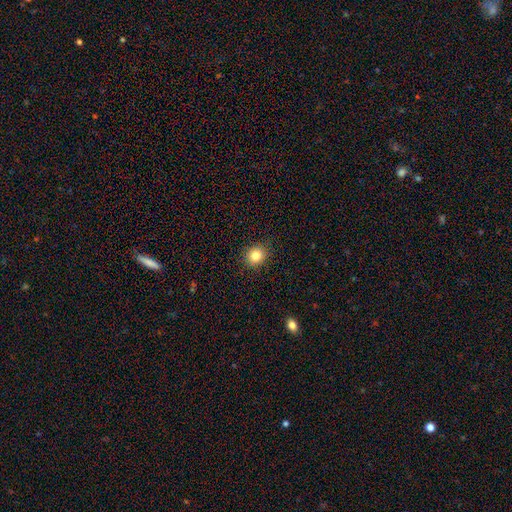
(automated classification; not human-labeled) Overall: smooth (83%). How rounded: round (81%). Merging: none (90%).